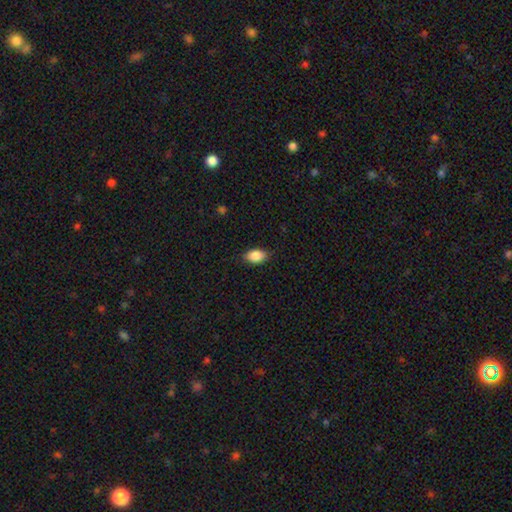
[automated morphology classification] Overall: smooth (88%). How rounded: in between (89%). Merging: none (84%).